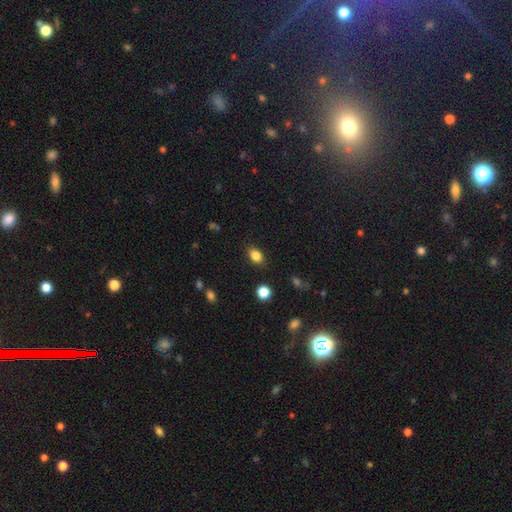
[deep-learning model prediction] A smooth galaxy with no disk features (84%) that is in between round and cigar-shaped (76%). Merging: none (84%).